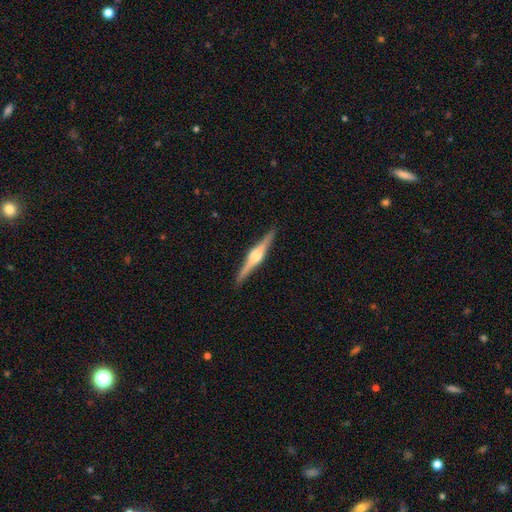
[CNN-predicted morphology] Overall: featured or disk (83%). Edge-on disk: yes (98%). Edge-on bulge: rounded (84%). Merging: none (91%).